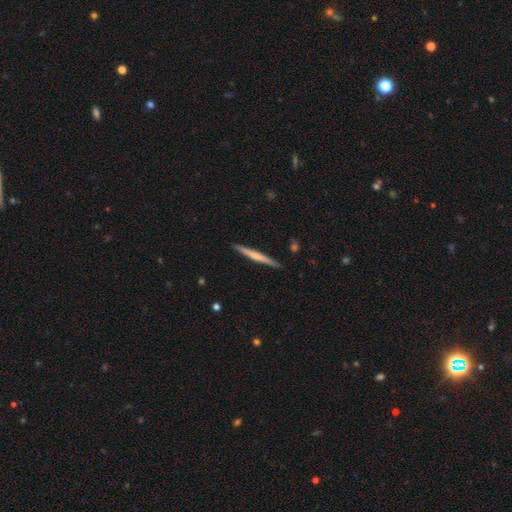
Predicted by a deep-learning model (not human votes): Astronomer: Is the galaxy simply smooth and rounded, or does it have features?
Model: featured or disk — 49% (runner-up: smooth, 46%).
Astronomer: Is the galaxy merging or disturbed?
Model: none — 91%.